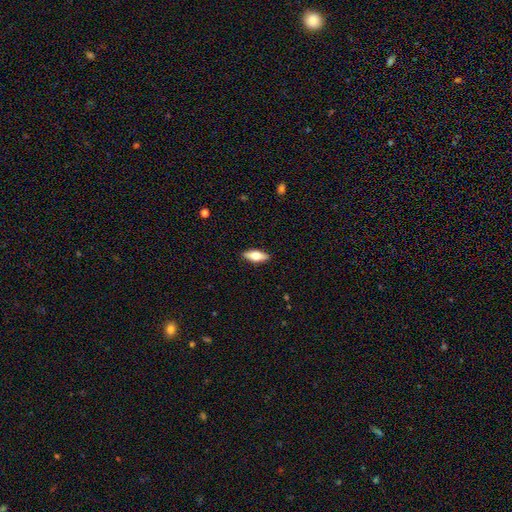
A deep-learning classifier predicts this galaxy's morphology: type=smooth (62%); roundness=in between (70%); merging=none (89%).